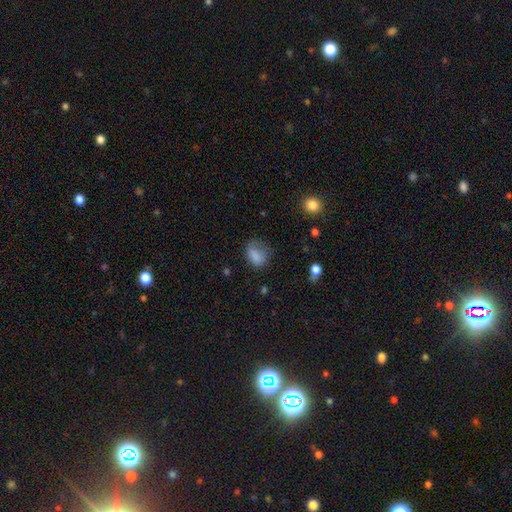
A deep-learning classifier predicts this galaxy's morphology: Smooth or featured? Predicted: smooth (p=0.80). How rounded? Predicted: in between (p=0.66). Merging? Predicted: none (p=0.50).